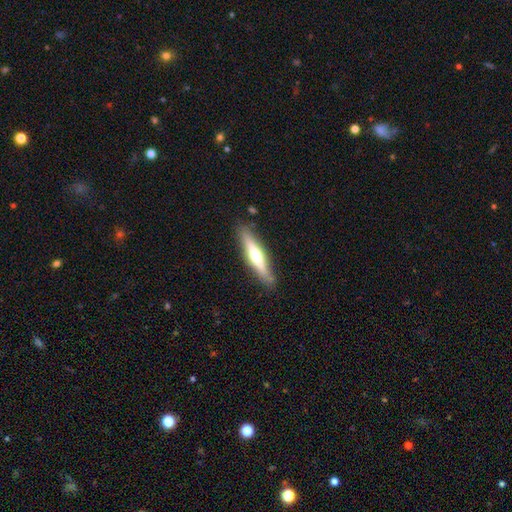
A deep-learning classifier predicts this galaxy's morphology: This is possibly a featured or disk galaxy (59%). It is clearly viewed edge-on (94%). Edge-on bulge: clearly rounded (88%). Merging: clearly none (86%).